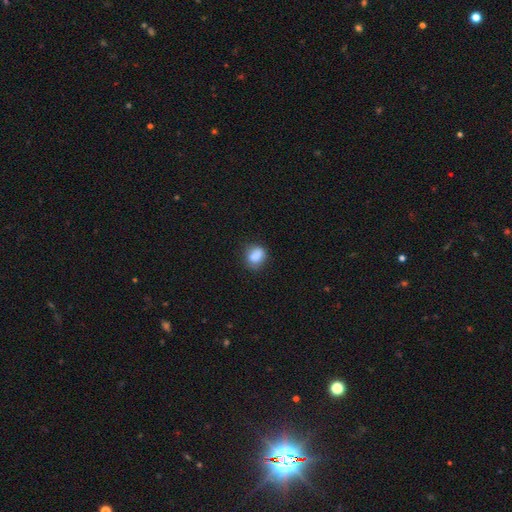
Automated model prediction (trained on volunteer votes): smooth 83%, star or artifact 9%, featured or disk 8%. Down the decision tree: how rounded — round (54%); merging — none (62%).